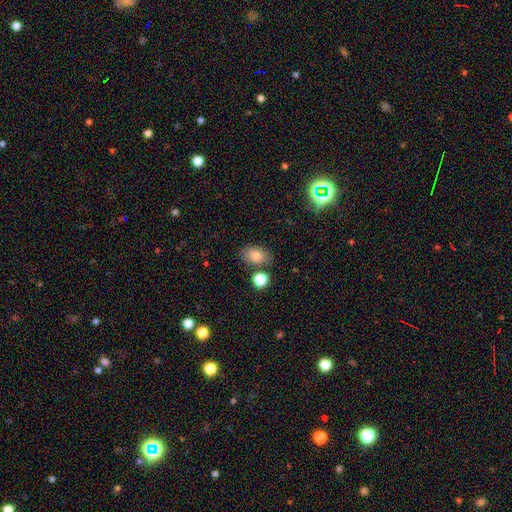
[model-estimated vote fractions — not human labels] smooth_or_featured: smooth (p=0.82) [alt: star or artifact p=0.10]
how_rounded: in between (p=0.78) [alt: round p=0.21]
merging: none (p=0.74) [alt: minor disturbance p=0.13]